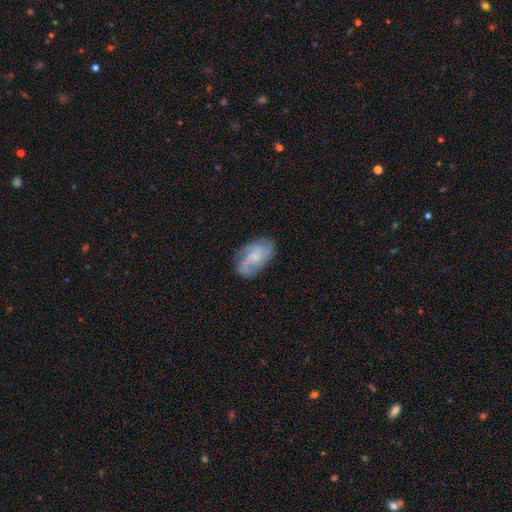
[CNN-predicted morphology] Smooth or featured: featured or disk — 66% (smooth — 26%)
Edge-on disk: no — 97% (yes — 3%)
Bar: no — 73% (weak — 24%)
Spiral arms: yes — 85% (no — 15%)
Spiral winding: medium — 43% (tight — 36%)
Spiral arm count: can't tell — 34% (3 — 25%)
Bulge size: small — 60% (moderate — 21%)
Merging: none — 65% (minor disturbance — 22%)